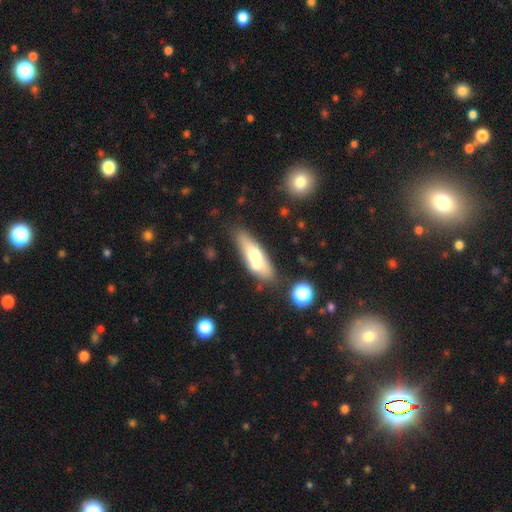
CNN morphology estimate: Smooth or featured? Predicted: smooth (p=0.56). How rounded? Predicted: cigar-shaped (p=0.55). Merging? Predicted: none (p=0.67).